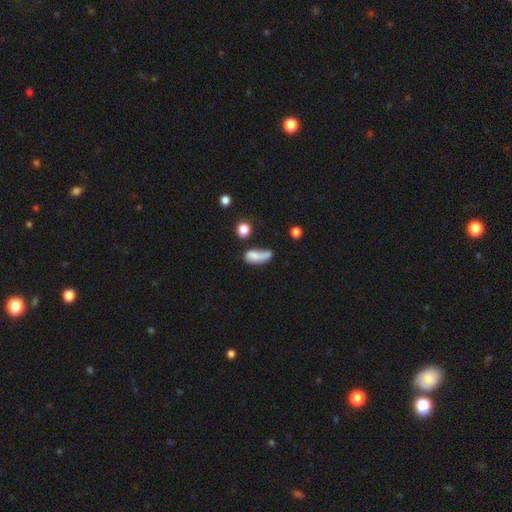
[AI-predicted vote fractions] A smooth galaxy with no disk features (68%) that is in between round and cigar-shaped (78%).

Vote fractions:
- Smooth or featured? smooth: 68% / featured or disk: 22% / star or artifact: 10%
- How rounded? in between: 78% / cigar-shaped: 14% / round: 7%
- Merging? none: 29% / merger: 25% / major disturbance: 24% / minor disturbance: 23%